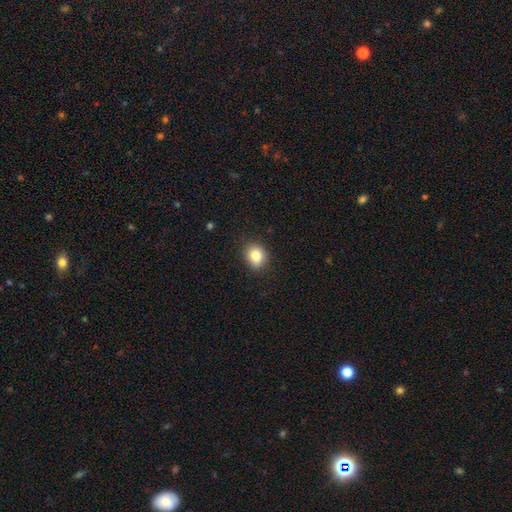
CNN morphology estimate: Smooth or featured? smooth (84%)
How rounded? round (59%)
Merging? none (83%)